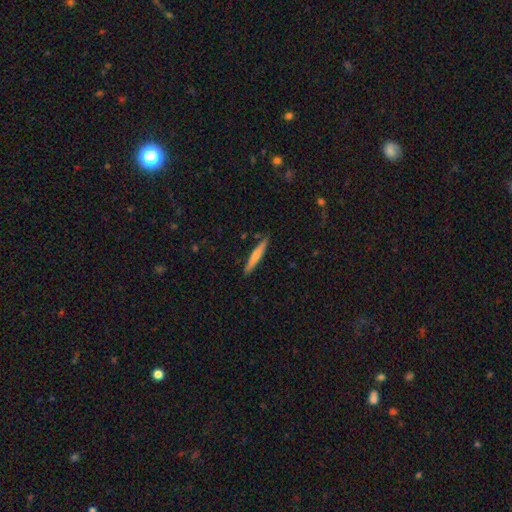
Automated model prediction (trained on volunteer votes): smooth_or_featured: smooth (p=0.67) [alt: featured or disk p=0.28]
how_rounded: cigar-shaped (p=0.94) [alt: in between p=0.05]
merging: none (p=0.88) [alt: minor disturbance p=0.09]